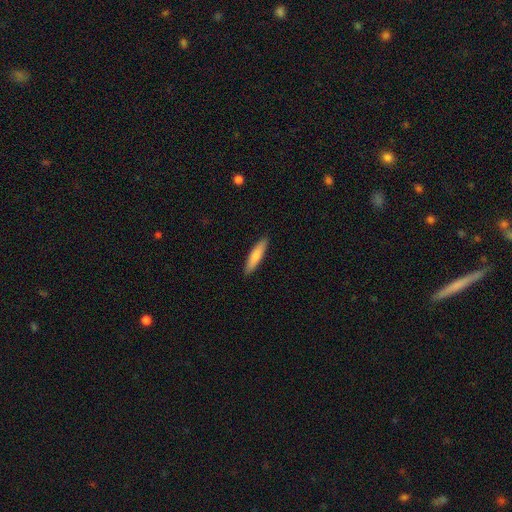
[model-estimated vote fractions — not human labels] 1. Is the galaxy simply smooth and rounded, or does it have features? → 79% smooth, 15% featured or disk, 5% star or artifact.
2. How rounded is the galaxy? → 82% cigar-shaped, 17% in between, 1% round.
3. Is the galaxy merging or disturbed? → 90% none, 8% minor disturbance, 2% major disturbance, 1% merger.